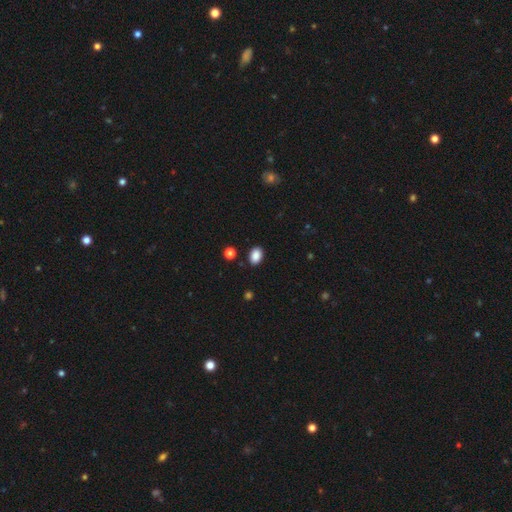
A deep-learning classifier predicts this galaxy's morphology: smooth 88%, star or artifact 9%, featured or disk 3%. Down the decision tree: how rounded — in between (81%); merging — none (88%).